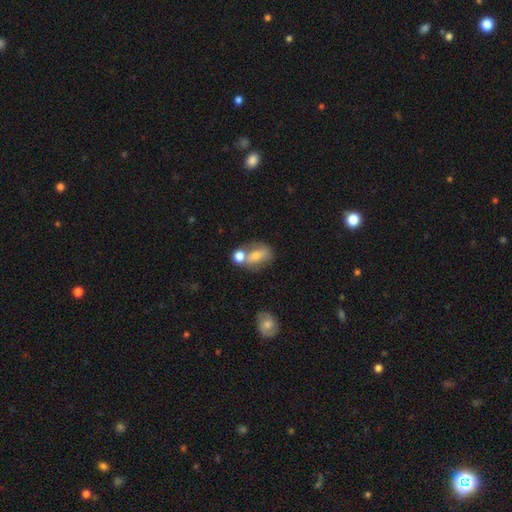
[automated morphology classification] Overall: smooth (58%; featured or disk 31%). How rounded: in between (74%). Merging: none (41%; merger 39%).